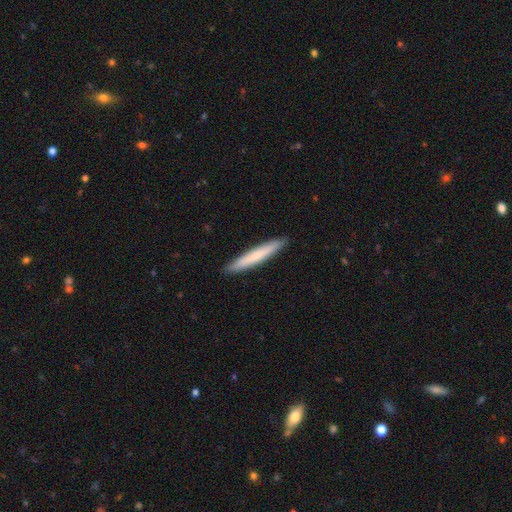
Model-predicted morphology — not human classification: A smooth galaxy with no disk features (70%) that is cigar-shaped (95%).

Vote fractions:
- Smooth or featured? smooth: 70% / featured or disk: 25% / star or artifact: 5%
- How rounded? cigar-shaped: 95% / in between: 3% / round: 1%
- Merging? none: 92% / minor disturbance: 6% / major disturbance: 1% / merger: 1%